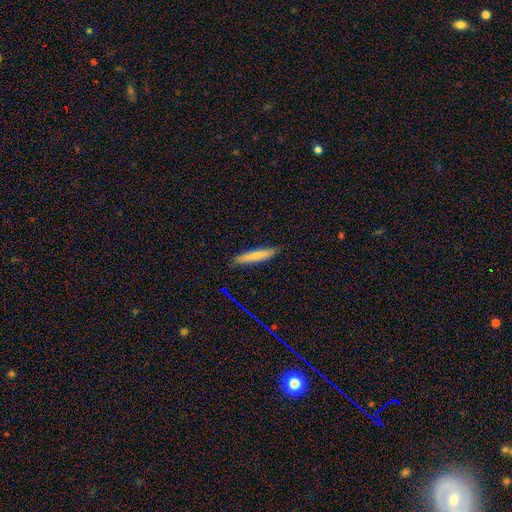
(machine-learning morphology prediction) This appears to be a smooth galaxy with no disk features (74%) that is cigar-shaped (91%). Merging: none (88%).